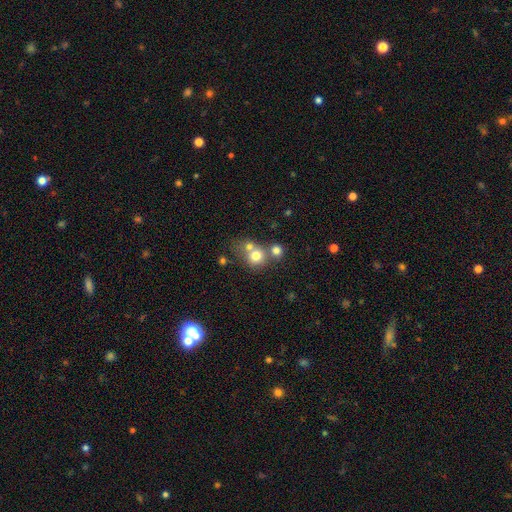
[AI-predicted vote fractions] smooth-or-featured: smooth: 73% | star or artifact: 14% | featured or disk: 14%
  how-rounded: round: 83% | in between: 16% | cigar-shaped: 1%
  merging: merger: 45% | none: 42% | minor disturbance: 8% | major disturbance: 5%